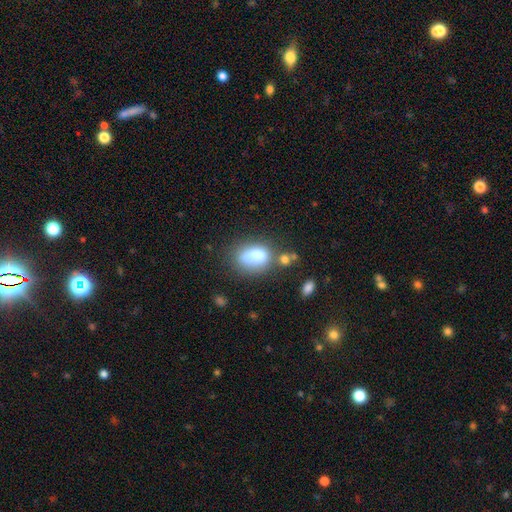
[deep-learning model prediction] A smooth galaxy with no disk features (76%) that is in between round and cigar-shaped (79%). Merging: none (40%).